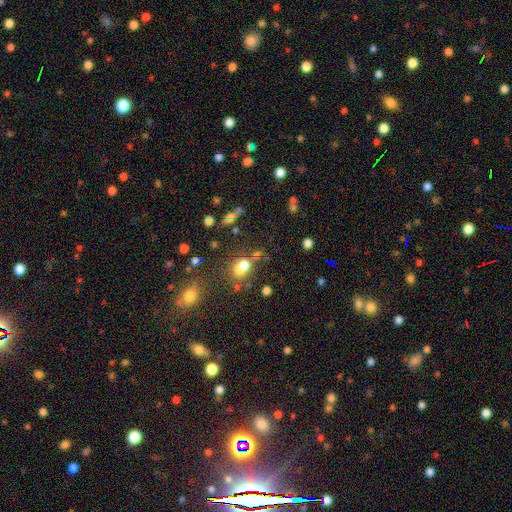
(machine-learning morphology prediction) smooth-or-featured: smooth: 61% | star or artifact: 27% | featured or disk: 12%
  how-rounded: in between: 65% | round: 30% | cigar-shaped: 5%
  merging: none: 59% | merger: 20% | minor disturbance: 14% | major disturbance: 7%